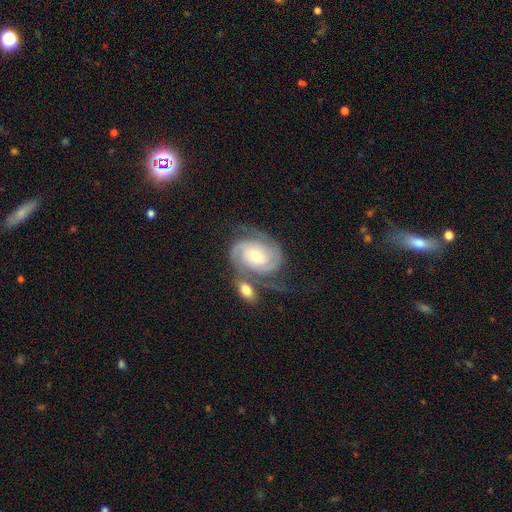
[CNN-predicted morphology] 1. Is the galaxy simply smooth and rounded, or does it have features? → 89% featured or disk, 6% smooth, 5% star or artifact.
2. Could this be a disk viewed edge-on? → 97% no, 3% yes.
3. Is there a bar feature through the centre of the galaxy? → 65% no, 26% weak, 9% strong.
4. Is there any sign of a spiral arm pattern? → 98% yes, 2% no.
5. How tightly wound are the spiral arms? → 58% tight, 34% medium, 8% loose.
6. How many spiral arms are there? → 76% 2, 11% 3, 7% can't tell, 2% 4, 2% 1, 2% more than 4.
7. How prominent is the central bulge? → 58% moderate, 37% small, 3% large, 1% none, 1% dominant.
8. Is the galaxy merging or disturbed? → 53% none, 21% merger, 16% minor disturbance, 9% major disturbance.